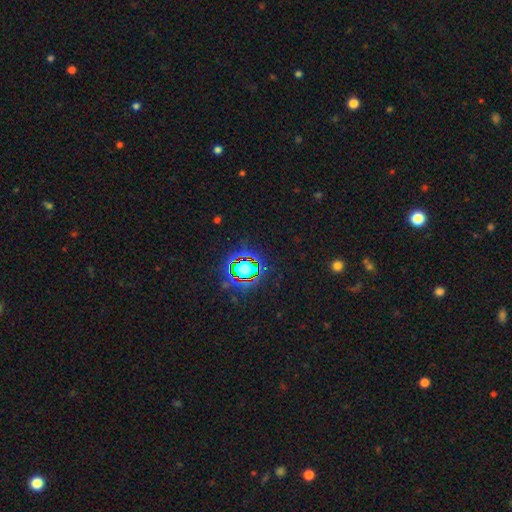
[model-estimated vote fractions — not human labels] star or artifact 81%, smooth 12%, featured or disk 8%.